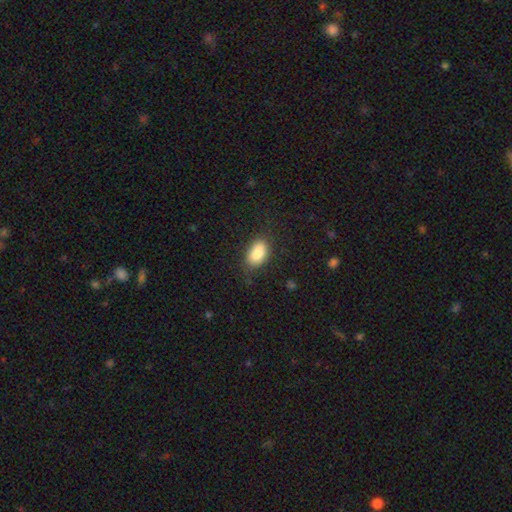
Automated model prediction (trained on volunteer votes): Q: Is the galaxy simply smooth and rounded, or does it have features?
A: smooth — 87%.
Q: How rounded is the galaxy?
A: in between — 91%.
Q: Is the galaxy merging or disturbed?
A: none — 76%.